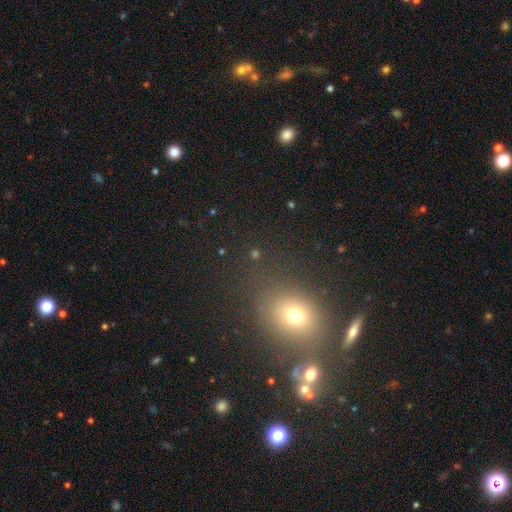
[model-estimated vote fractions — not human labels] Smooth or featured? Predicted: smooth (p=0.54). How rounded? Predicted: round (p=0.63). Merging? Predicted: none (p=0.77).